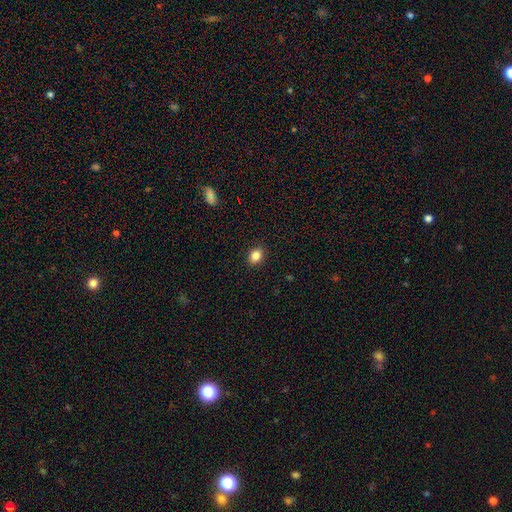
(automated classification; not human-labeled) Morphology: type=smooth (85%); roundness=in between (62%); merging=none (90%).